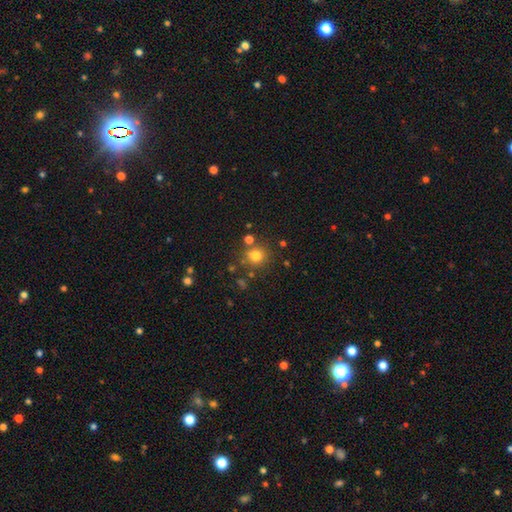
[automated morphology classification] Smooth or featured? smooth (77%)
How rounded? round (89%)
Merging? none (77%)